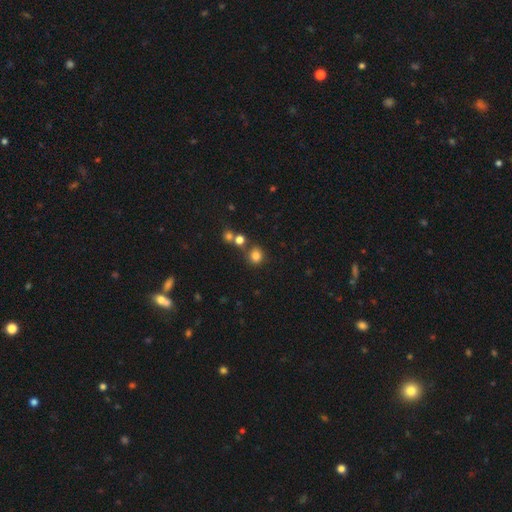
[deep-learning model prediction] Q: Smooth or featured?
A: smooth (80%); runner-up: star or artifact (14%)
Q: How rounded?
A: round (83%); runner-up: in between (16%)
Q: Merging?
A: none (73%); runner-up: merger (13%)